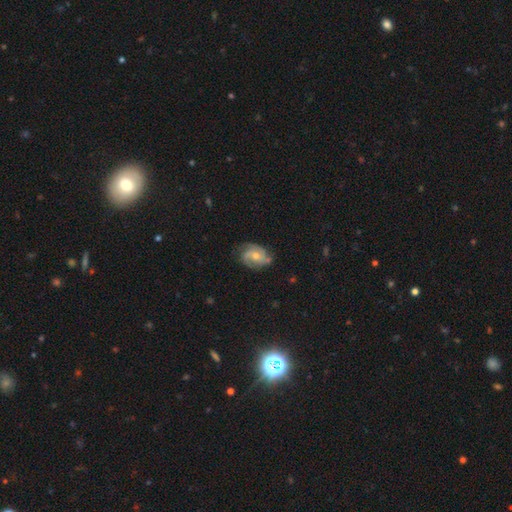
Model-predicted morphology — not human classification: Smooth or featured? featured or disk (74%)
Edge-on disk? no (97%)
Bar? no (66%)
Spiral arms? yes (94%)
Spiral winding? medium (47%)
Spiral arm count? 2 (43%)
Bulge size? moderate (56%)
Merging? none (65%)